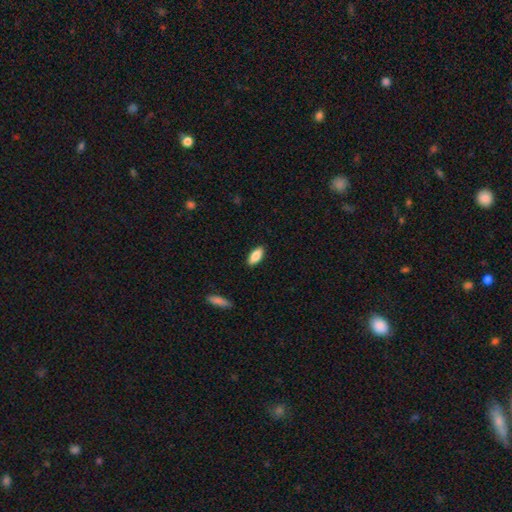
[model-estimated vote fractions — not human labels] smooth_or_featured: smooth (p=0.84) [alt: featured or disk p=0.09]
how_rounded: in between (p=0.86) [alt: cigar-shaped p=0.12]
merging: none (p=0.89) [alt: minor disturbance p=0.09]